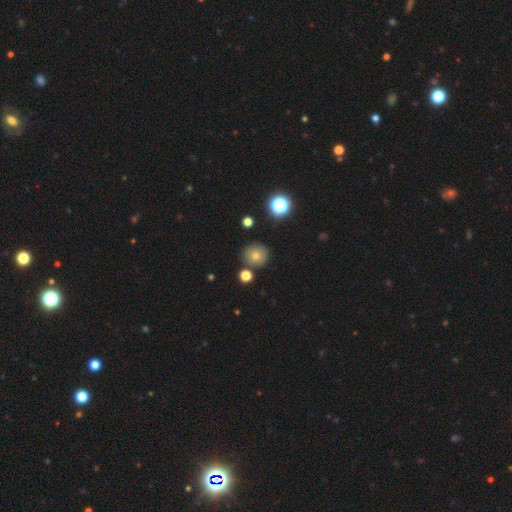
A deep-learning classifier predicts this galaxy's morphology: This appears to be a smooth galaxy with no disk features (73%) that is round (92%). Merging: none (83%).